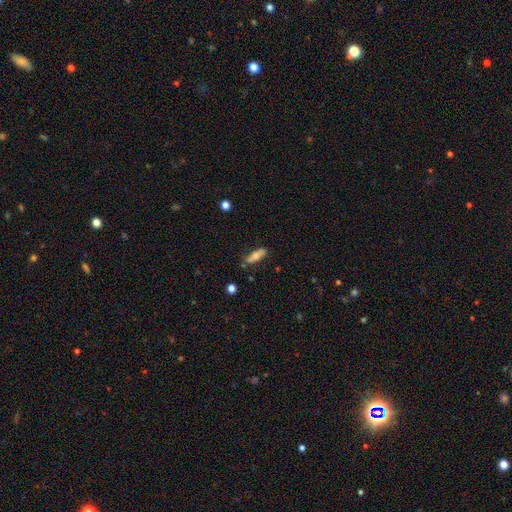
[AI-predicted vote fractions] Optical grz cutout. It shows a smooth galaxy with no disk features (57%) that is cigar-shaped (50%). Merging: none (73%).